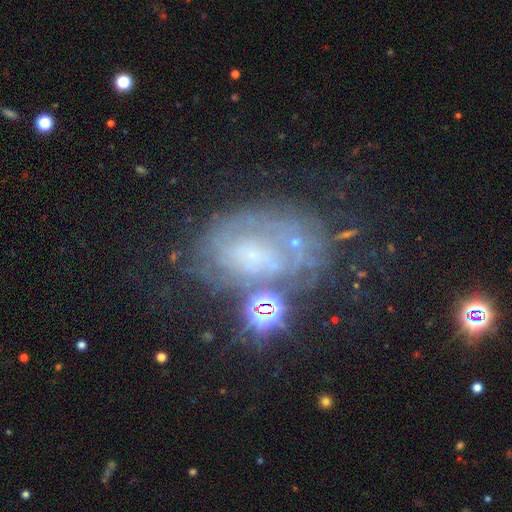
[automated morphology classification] smooth_or_featured: featured or disk (p=0.63) [alt: smooth p=0.20]
disk_edge_on: no (p=0.96) [alt: yes p=0.04]
bar: no (p=0.73) [alt: weak p=0.21]
has_spiral_arms: yes (p=0.60) [alt: no p=0.40]
bulge_size: small (p=0.57) [alt: none p=0.24]
merging: none (p=0.45) [alt: major disturbance p=0.22]